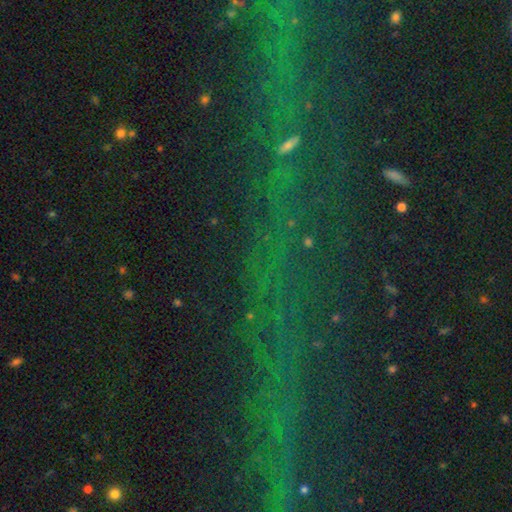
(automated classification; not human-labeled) Smooth or featured? Predicted: star or artifact (p=0.74).